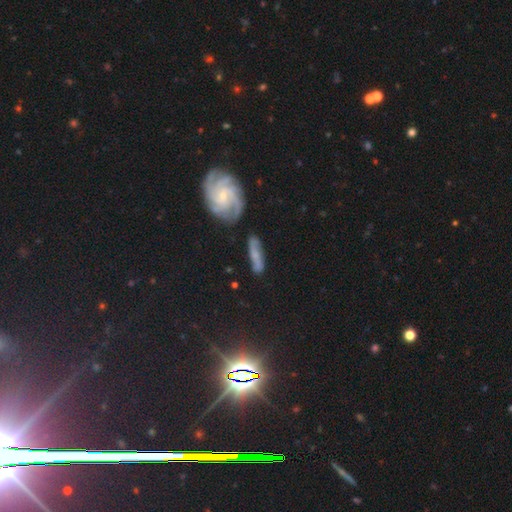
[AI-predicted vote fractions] A featured or disk galaxy (52%). Merging: none (72%).